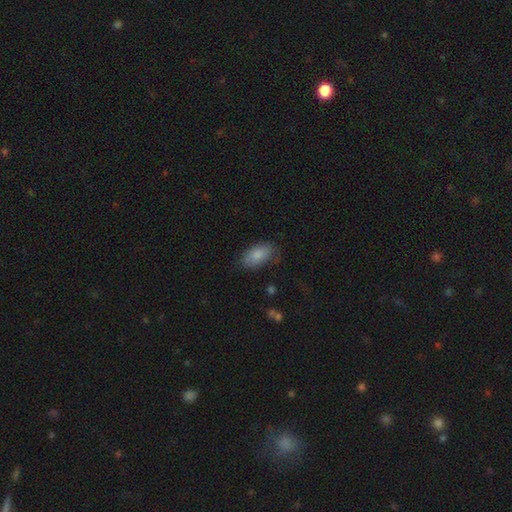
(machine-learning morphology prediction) smooth-or-featured: smooth: 83% | featured or disk: 9% | star or artifact: 8%
  how-rounded: in between: 92% | cigar-shaped: 4% | round: 4%
  merging: none: 72% | minor disturbance: 20% | major disturbance: 6% | merger: 1%